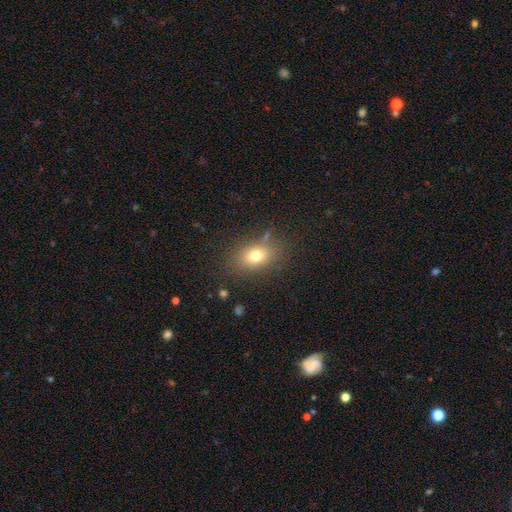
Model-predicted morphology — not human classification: smooth 74%, star or artifact 13%, featured or disk 13%. Down the decision tree: how rounded — in between (71%); merging — none (79%).